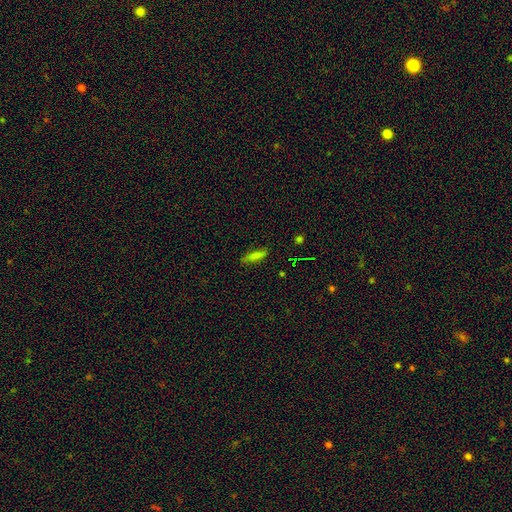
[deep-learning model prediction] smooth_or_featured: smooth (p=0.75) [alt: featured or disk p=0.14]
how_rounded: cigar-shaped (p=0.62) [alt: in between p=0.35]
merging: none (p=0.75) [alt: minor disturbance p=0.19]